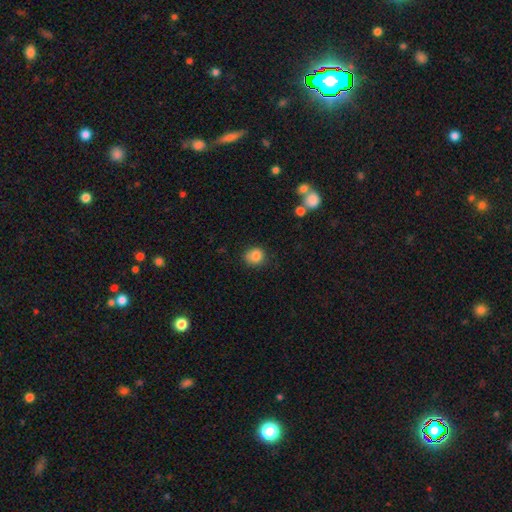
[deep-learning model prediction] smooth 84%, star or artifact 11%, featured or disk 5%. Down the decision tree: how rounded — round (79%); merging — none (76%).